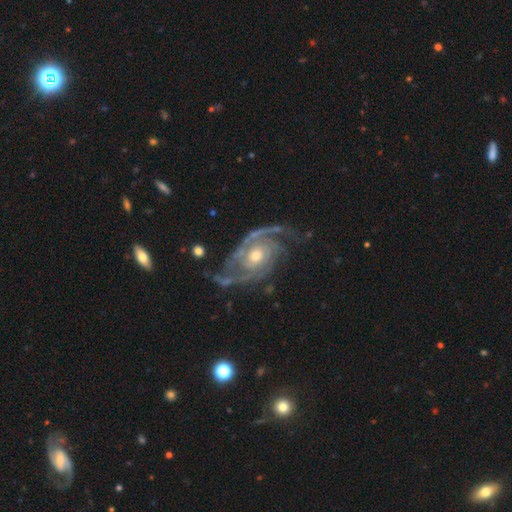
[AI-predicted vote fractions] smooth-or-featured: featured or disk: 92% | star or artifact: 4% | smooth: 4%
  disk-edge-on: no: 97% | yes: 3%
    bar: no: 72% | weak: 21% | strong: 7%
    has-spiral-arms: yes: 98% | no: 2%
      spiral-winding: tight: 48% | medium: 41% | loose: 10%
      spiral-arm-count: 2: 49% | 3: 24% | can't tell: 10% | 4: 7% | 1: 5% | more than 4: 5%
    bulge-size: moderate: 65% | small: 28% | large: 4% | none: 1% | dominant: 1%
  merging: none: 67% | minor disturbance: 19% | major disturbance: 11% | merger: 2%